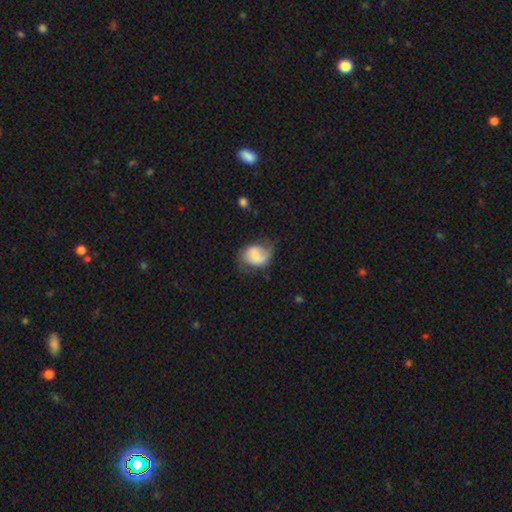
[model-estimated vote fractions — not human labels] Morphology: type=featured or disk (48%); merging=none (55%).